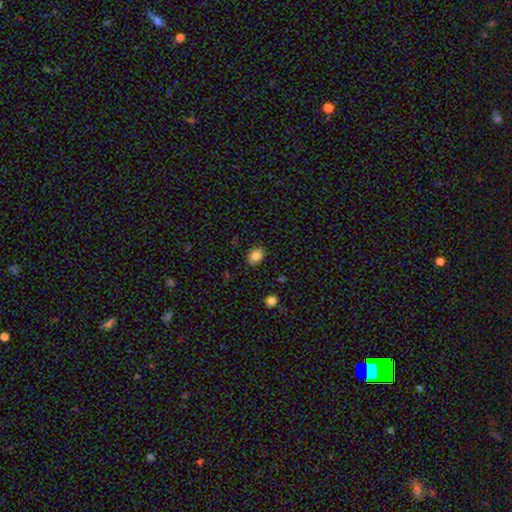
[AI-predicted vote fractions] This appears to be a smooth galaxy with no disk features (85%) that is in between round and cigar-shaped (68%). Merging: none (86%).